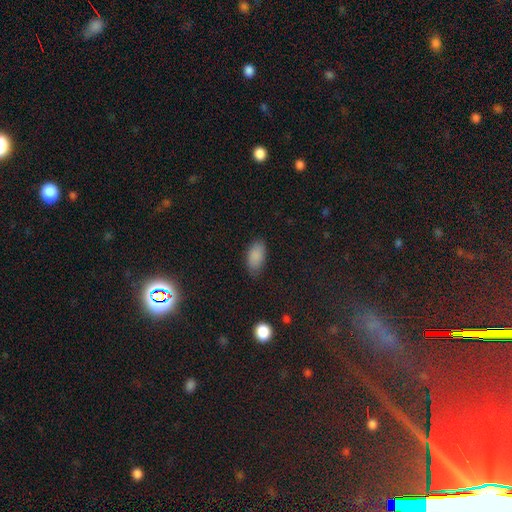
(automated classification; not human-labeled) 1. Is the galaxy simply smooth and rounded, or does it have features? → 87% smooth, 8% star or artifact, 5% featured or disk.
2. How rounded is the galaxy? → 94% in between, 3% cigar-shaped, 3% round.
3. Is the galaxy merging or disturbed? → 79% none, 17% minor disturbance, 3% major disturbance, 1% merger.